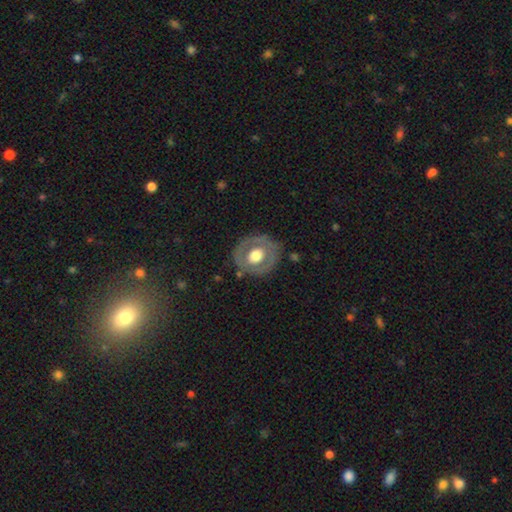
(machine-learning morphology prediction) smooth_or_featured: featured or disk (p=0.53) [alt: smooth p=0.41]
disk_edge_on: no (p=0.95) [alt: yes p=0.05]
bar: no (p=0.84) [alt: weak p=0.12]
has_spiral_arms: no (p=0.86) [alt: yes p=0.14]
bulge_size: large (p=0.49) [alt: moderate p=0.43]
merging: none (p=0.78) [alt: minor disturbance p=0.14]